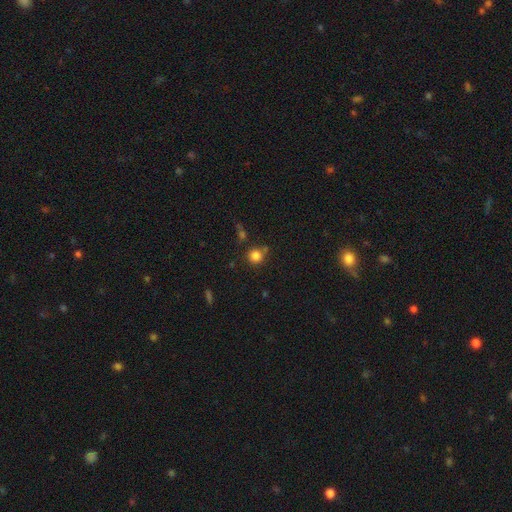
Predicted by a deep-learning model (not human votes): This is clearly a smooth galaxy (82%). How rounded: clearly round (89%). Merging: likely none (71%).